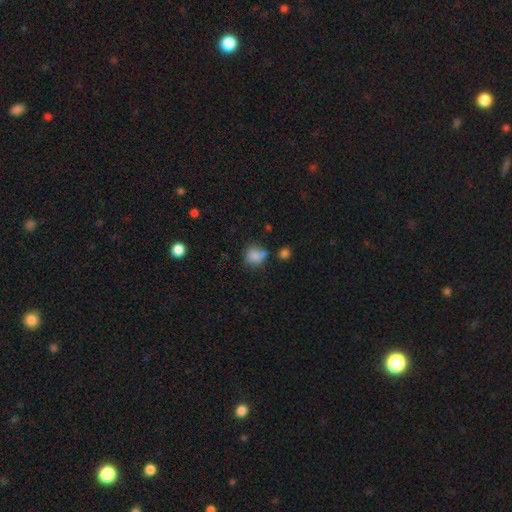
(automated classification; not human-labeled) The model was most divided on "merging": none: 49%, minor disturbance: 29%, major disturbance: 12%, merger: 10%. More confident: smooth or featured — smooth (79%); how rounded — round (65%).